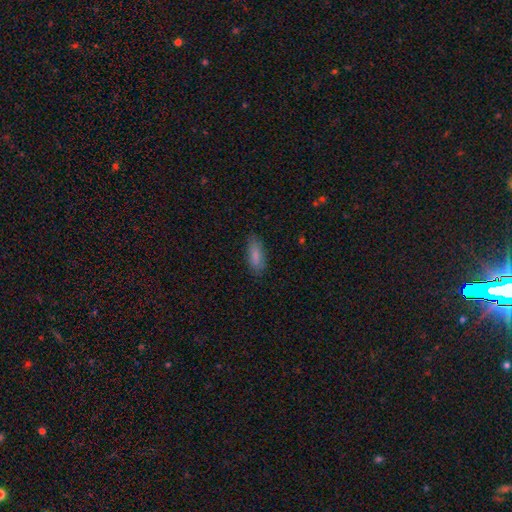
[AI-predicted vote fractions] Q: Smooth or featured?
A: smooth (85%); runner-up: featured or disk (9%)
Q: How rounded?
A: in between (70%); runner-up: cigar-shaped (28%)
Q: Merging?
A: none (81%); runner-up: minor disturbance (14%)